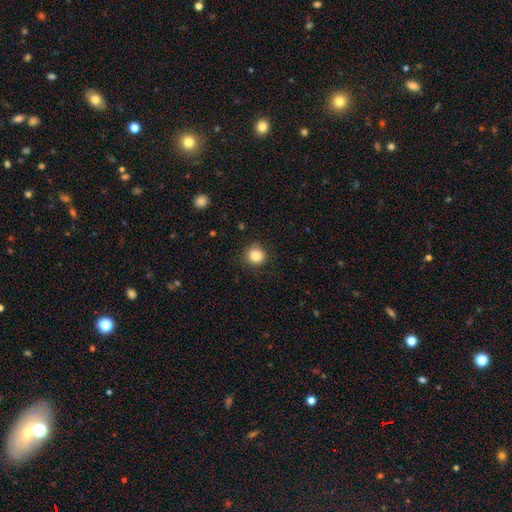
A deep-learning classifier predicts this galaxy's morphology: Q: Smooth or featured?
A: smooth (86%); runner-up: star or artifact (10%)
Q: How rounded?
A: round (90%); runner-up: in between (9%)
Q: Merging?
A: none (86%); runner-up: minor disturbance (10%)